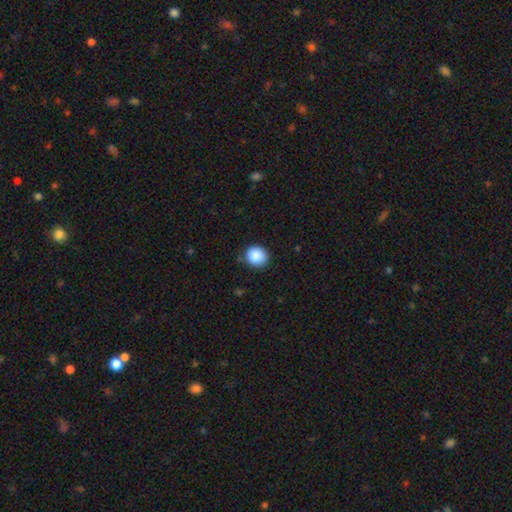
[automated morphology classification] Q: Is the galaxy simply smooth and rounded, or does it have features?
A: smooth — 88%.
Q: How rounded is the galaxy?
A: round — 81%.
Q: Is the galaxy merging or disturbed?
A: none — 84%.